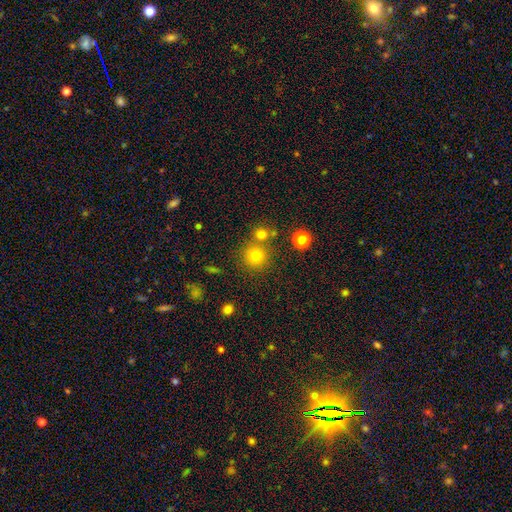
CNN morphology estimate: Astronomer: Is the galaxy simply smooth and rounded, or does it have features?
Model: smooth — 77%.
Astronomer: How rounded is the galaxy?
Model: round — 93%.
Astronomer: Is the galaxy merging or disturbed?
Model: none — 75%.